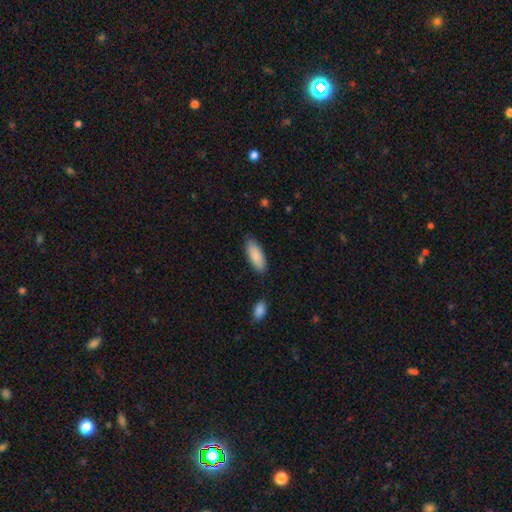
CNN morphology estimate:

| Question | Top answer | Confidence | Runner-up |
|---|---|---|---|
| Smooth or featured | smooth | 87% | featured or disk (7%) |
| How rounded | in between | 74% | cigar-shaped (25%) |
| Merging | none | 83% | minor disturbance (12%) |